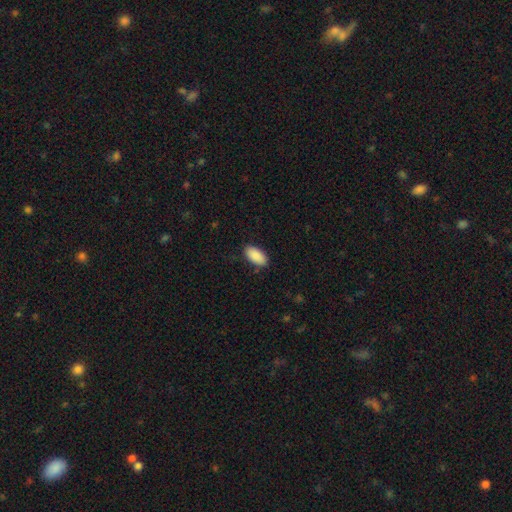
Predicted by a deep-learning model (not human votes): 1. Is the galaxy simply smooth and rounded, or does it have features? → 90% smooth, 6% star or artifact, 4% featured or disk.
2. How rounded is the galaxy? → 94% in between, 4% cigar-shaped, 2% round.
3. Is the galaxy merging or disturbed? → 85% none, 11% minor disturbance, 2% major disturbance, 1% merger.